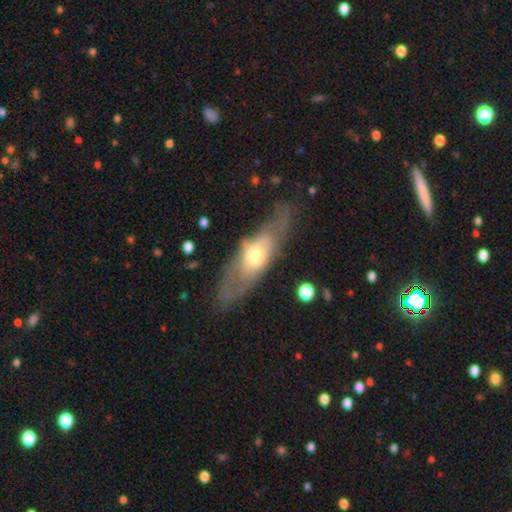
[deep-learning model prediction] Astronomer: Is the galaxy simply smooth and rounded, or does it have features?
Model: featured or disk — 62%.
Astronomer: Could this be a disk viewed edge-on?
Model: no — 70%.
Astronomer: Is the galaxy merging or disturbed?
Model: none — 62%.